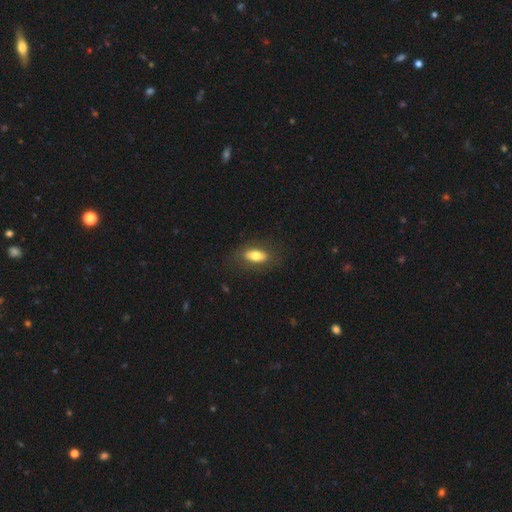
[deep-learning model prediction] The model was most divided on "smooth or featured": smooth: 70%, featured or disk: 23%, star or artifact: 7%. More confident: how rounded — in between (85%); merging — none (81%).